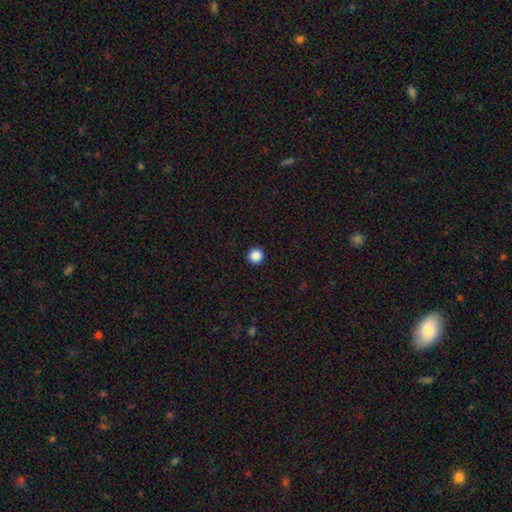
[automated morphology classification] This is clearly a smooth galaxy (87%). How rounded: clearly round (97%). Merging: clearly none (94%).